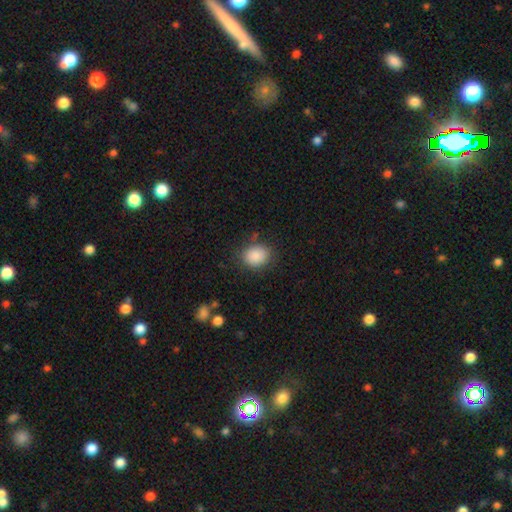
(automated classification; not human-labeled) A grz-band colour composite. It shows a smooth galaxy with no disk features (87%) that is in between round and cigar-shaped (50%). Merging: none (80%).